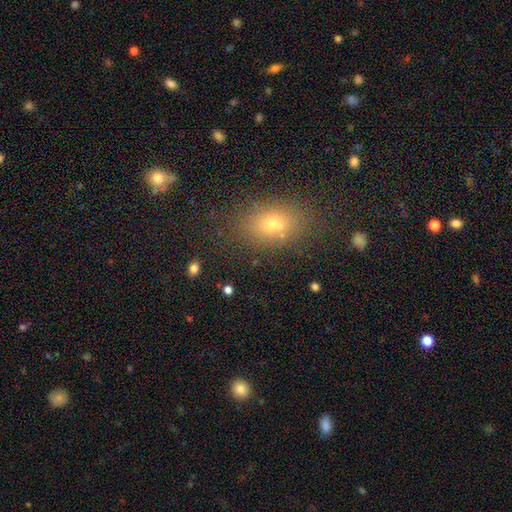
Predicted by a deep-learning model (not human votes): smooth-or-featured: smooth: 68% | star or artifact: 23% | featured or disk: 9%
  how-rounded: in between: 79% | round: 18% | cigar-shaped: 3%
  merging: none: 86% | minor disturbance: 9% | major disturbance: 3% | merger: 2%